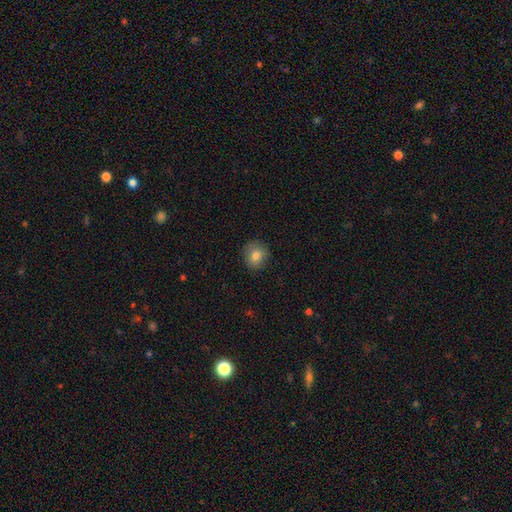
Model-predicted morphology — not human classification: Q: Smooth or featured?
A: smooth (80%); runner-up: featured or disk (10%)
Q: How rounded?
A: round (83%); runner-up: in between (16%)
Q: Merging?
A: none (87%); runner-up: minor disturbance (10%)